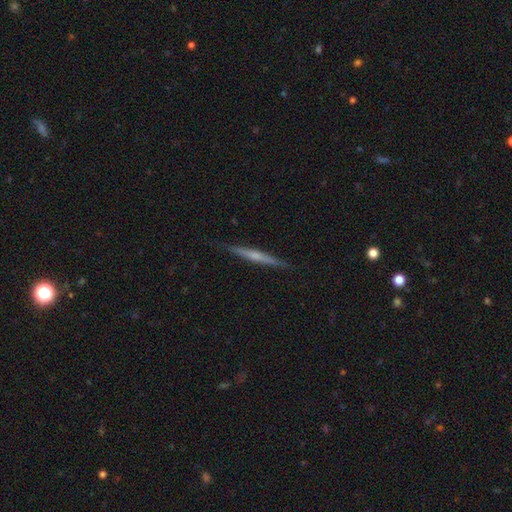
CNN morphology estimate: Smooth or featured?
  - featured or disk: 59% *
  - smooth: 35%
  - star or artifact: 6%
Edge-on disk?
  - yes: 98% *
  - no: 2%
Edge-on bulge?
  - none: 48% *
  - rounded: 42%
  - boxy: 10%
Merging?
  - none: 89% *
  - minor disturbance: 8%
  - major disturbance: 2%
  - merger: 1%